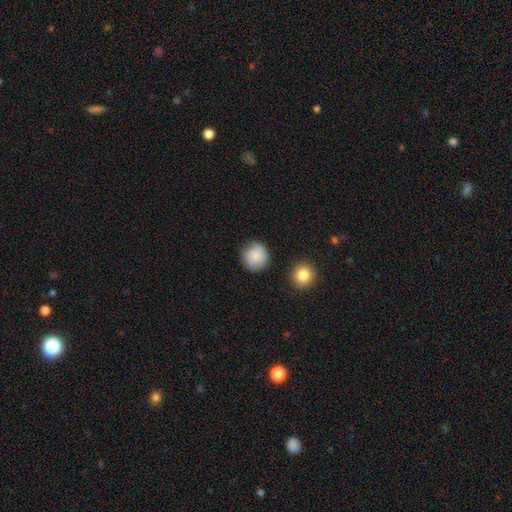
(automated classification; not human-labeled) Smooth or featured?
  - smooth: 86% *
  - featured or disk: 7%
  - star or artifact: 7%
How rounded?
  - round: 92% *
  - in between: 7%
  - cigar-shaped: 1%
Merging?
  - none: 84% *
  - minor disturbance: 11%
  - major disturbance: 3%
  - merger: 2%